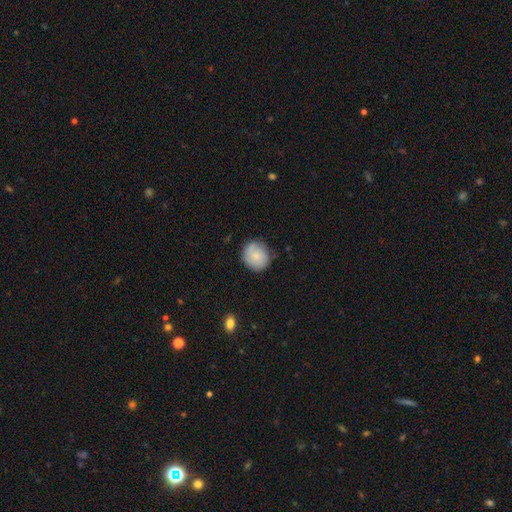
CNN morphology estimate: Smooth or featured? Predicted: smooth (p=0.76). How rounded? Predicted: round (p=0.83). Merging? Predicted: none (p=0.78).